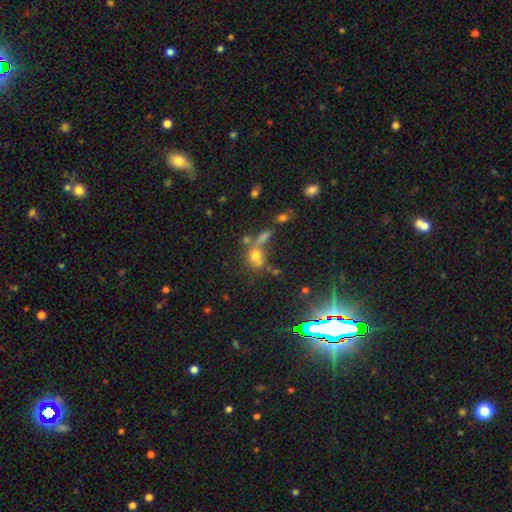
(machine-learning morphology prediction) The model was most divided on "merging" (2-way tie): merger: 39%, none: 39%, minor disturbance: 11%, major disturbance: 10%. More confident: how rounded — round (62%); smooth or featured — smooth (60%).